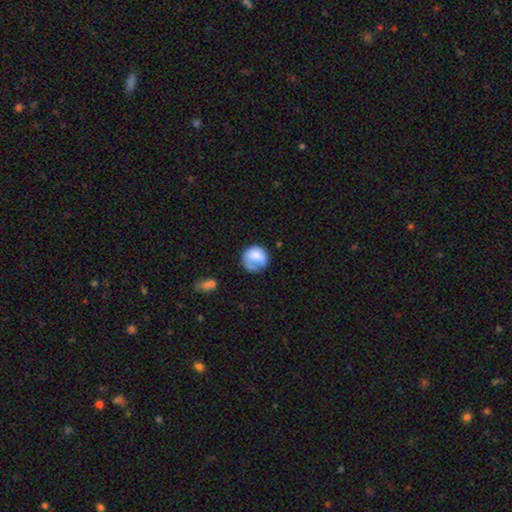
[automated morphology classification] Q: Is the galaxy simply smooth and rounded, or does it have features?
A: smooth — 71%.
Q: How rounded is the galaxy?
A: round — 82%.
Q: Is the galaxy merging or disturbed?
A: none — 49%.